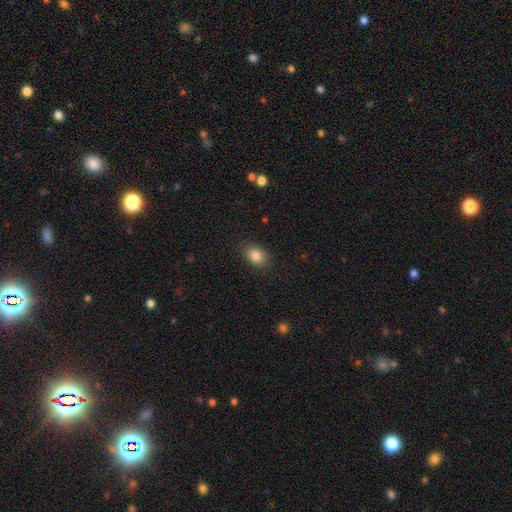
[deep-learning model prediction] This is clearly a smooth galaxy (85%). How rounded: likely in between (72%). Merging: clearly none (86%).